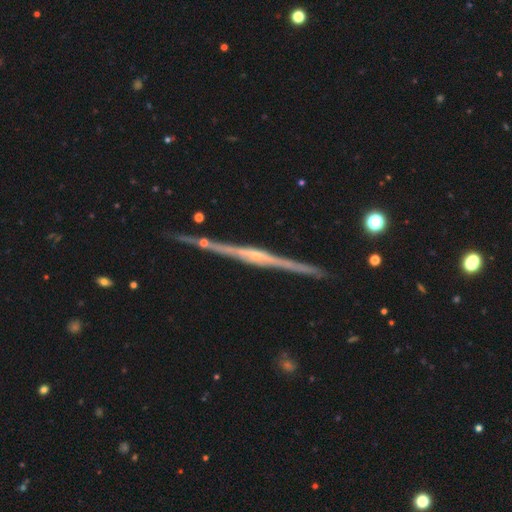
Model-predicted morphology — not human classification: featured or disk 87%, smooth 7%, star or artifact 6%. Down the decision tree: edge-on disk — yes (98%); edge-on bulge — rounded (63%); merging — none (87%).